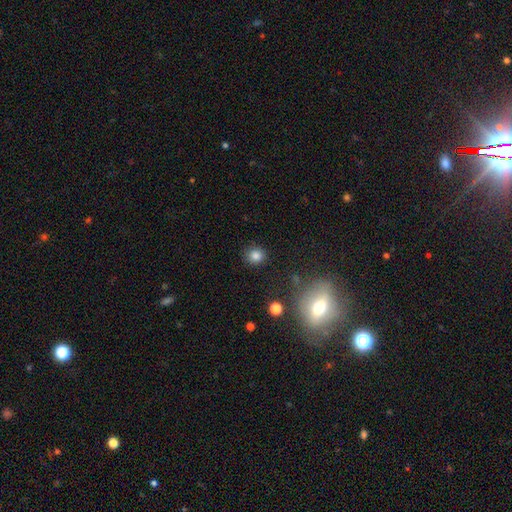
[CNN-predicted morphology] smooth_or_featured: smooth (p=0.82) [alt: star or artifact p=0.13]
how_rounded: round (p=0.83) [alt: in between p=0.16]
merging: none (p=0.87) [alt: minor disturbance p=0.08]